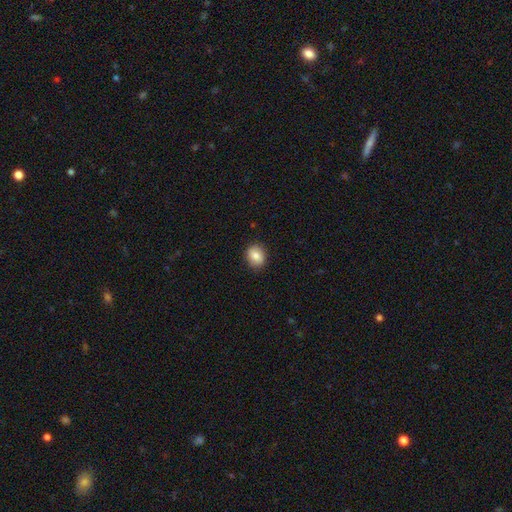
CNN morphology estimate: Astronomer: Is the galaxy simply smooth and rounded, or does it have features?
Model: smooth — 85%.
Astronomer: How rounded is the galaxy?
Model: round — 55% (runner-up: in between, 44%).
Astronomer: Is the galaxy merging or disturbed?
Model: none — 88%.